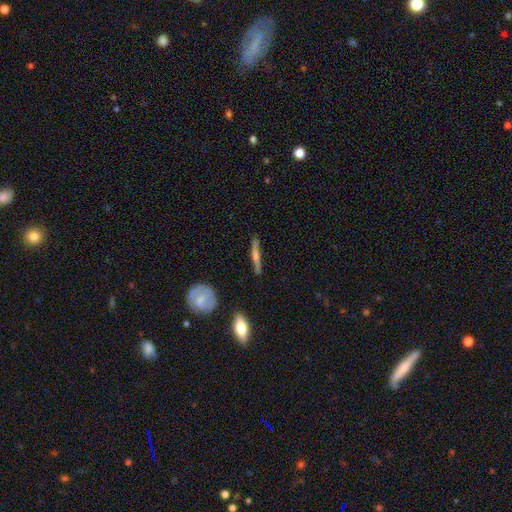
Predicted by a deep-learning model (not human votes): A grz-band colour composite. It shows a featured or disk galaxy (67%) viewed edge-on (94%) with a rounded central bulge (85%). Merging: none (86%).